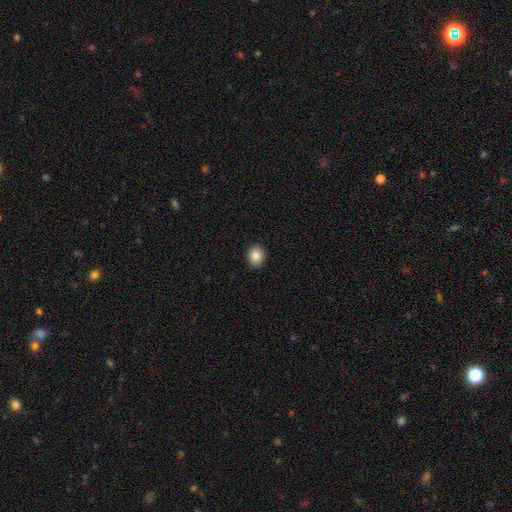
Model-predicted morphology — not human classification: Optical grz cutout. It shows a smooth galaxy with no disk features (86%) that is round (68%). Merging: none (92%).